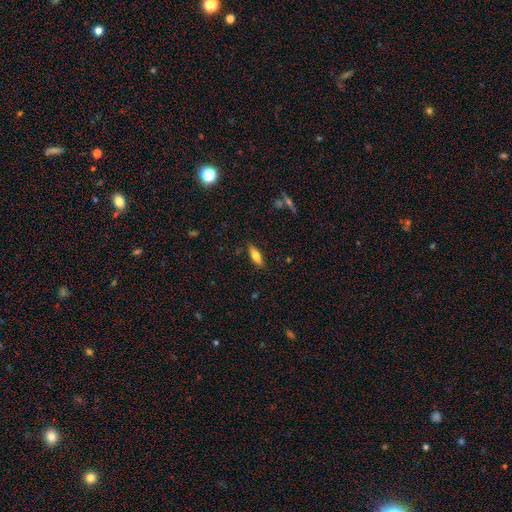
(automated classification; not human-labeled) The model was most divided on "how rounded": in between: 59%, cigar-shaped: 38%, round: 2%. More confident: merging — none (85%); smooth or featured — smooth (66%).